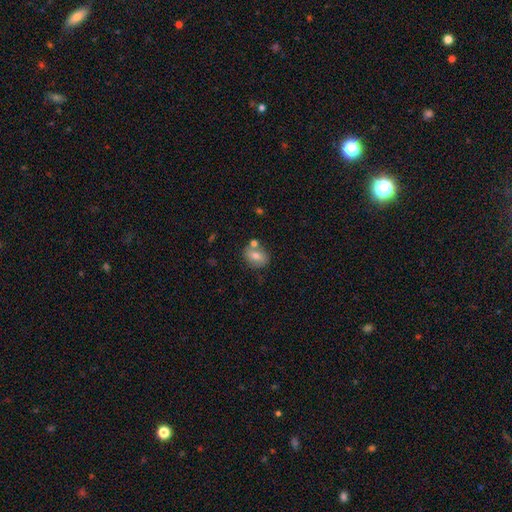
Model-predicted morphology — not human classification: This appears to be a smooth galaxy with no disk features (70%) that is in between round and cigar-shaped (64%). Merging: none (64%).